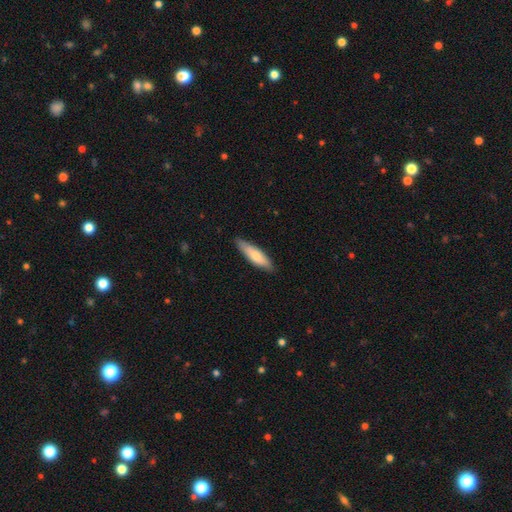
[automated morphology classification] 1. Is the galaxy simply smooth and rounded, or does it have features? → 70% smooth, 25% featured or disk, 5% star or artifact.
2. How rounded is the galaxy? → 63% cigar-shaped, 36% in between, 2% round.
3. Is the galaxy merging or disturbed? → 84% none, 13% minor disturbance, 2% major disturbance, 1% merger.